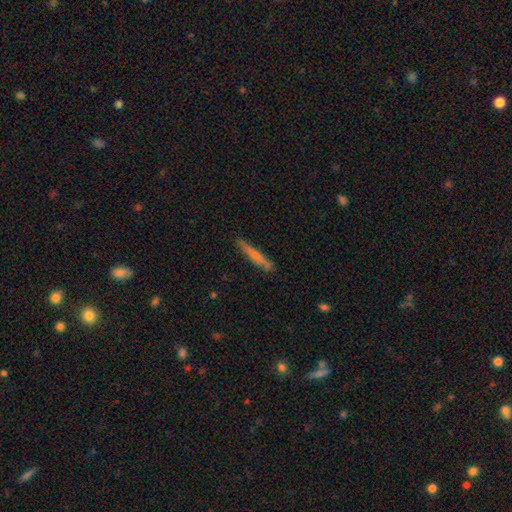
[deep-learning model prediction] A smooth galaxy with no disk features (68%) that is cigar-shaped (95%). Merging: none (82%).